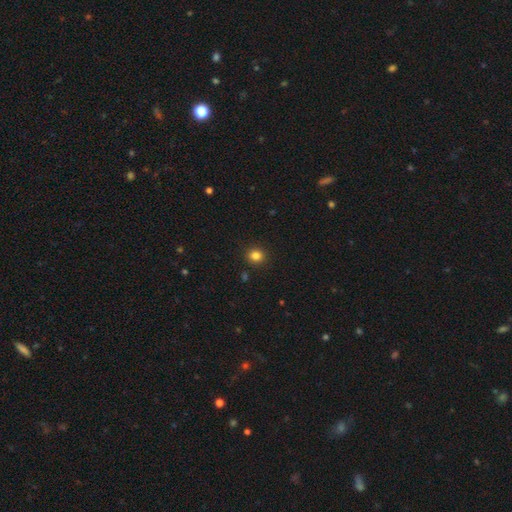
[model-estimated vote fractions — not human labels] Morphology: type=smooth (83%); roundness=round (79%); merging=none (91%).